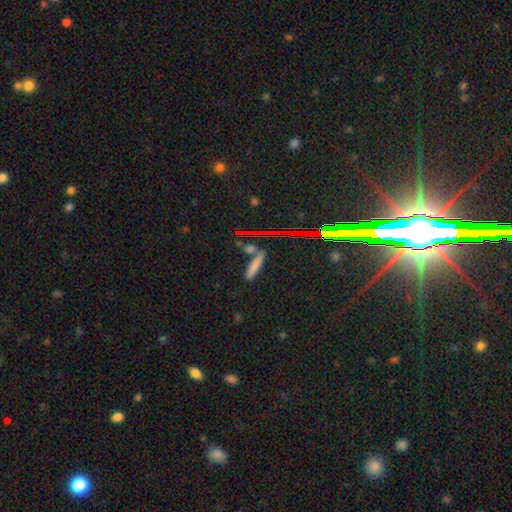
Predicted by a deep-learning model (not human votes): This is likely a star or artifact rather than a galaxy (75%).